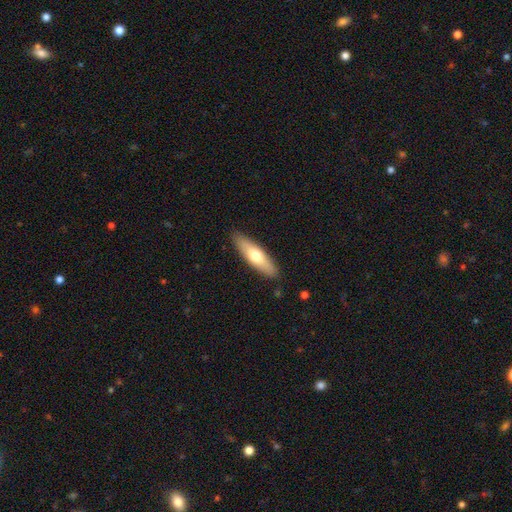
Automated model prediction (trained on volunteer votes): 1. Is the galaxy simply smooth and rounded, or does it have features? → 61% smooth, 34% featured or disk, 5% star or artifact.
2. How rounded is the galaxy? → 61% cigar-shaped, 37% in between, 2% round.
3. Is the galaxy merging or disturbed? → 88% none, 9% minor disturbance, 2% major disturbance, 1% merger.